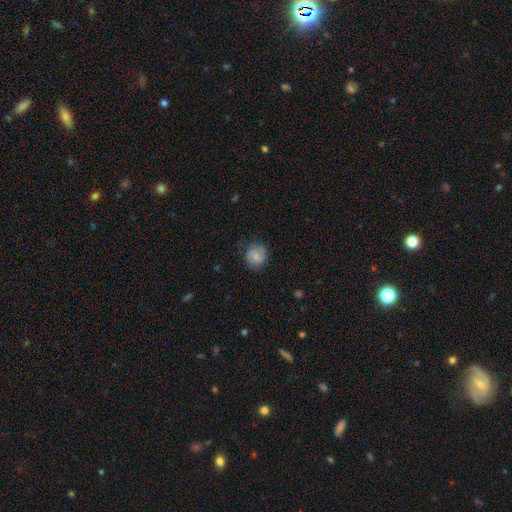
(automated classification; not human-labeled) A smooth galaxy with no disk features (70%) that is round (83%).

Vote fractions:
- Smooth or featured? smooth: 70% / featured or disk: 22% / star or artifact: 8%
- How rounded? round: 83% / in between: 16% / cigar-shaped: 1%
- Merging? none: 73% / minor disturbance: 20% / major disturbance: 6% / merger: 1%